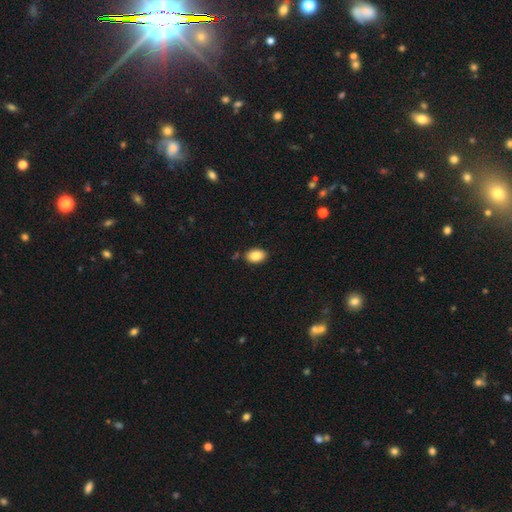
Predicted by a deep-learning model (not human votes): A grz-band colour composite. It shows a smooth galaxy with no disk features (85%) that is in between round and cigar-shaped (88%). Merging: none (85%).